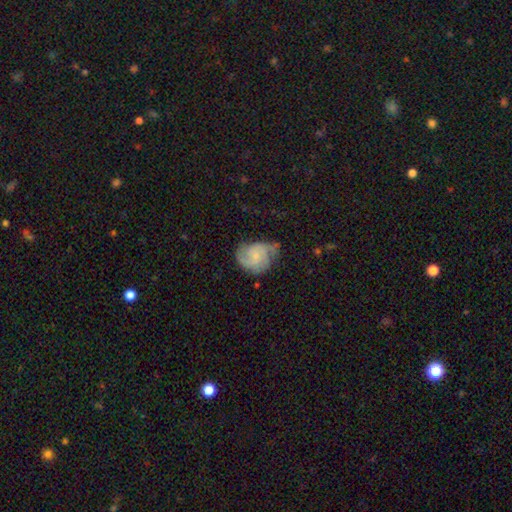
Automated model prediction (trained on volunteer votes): Smooth or featured?
  - featured or disk: 60% *
  - smooth: 32%
  - star or artifact: 8%
Edge-on disk?
  - no: 98% *
  - yes: 2%
Bar?
  - no: 64% *
  - weak: 31%
  - strong: 5%
Spiral arms?
  - yes: 88% *
  - no: 12%
Spiral winding?
  - medium: 46% *
  - tight: 34%
  - loose: 21%
Spiral arm count?
  - 2: 38% *
  - 3: 26%
  - can't tell: 22%
  - 1: 5%
  - 4: 5%
  - more than 4: 3%
Bulge size?
  - small: 56% *
  - none: 22%
  - moderate: 18%
  - large: 2%
  - dominant: 1%
Merging?
  - none: 47% *
  - minor disturbance: 33%
  - major disturbance: 17%
  - merger: 3%